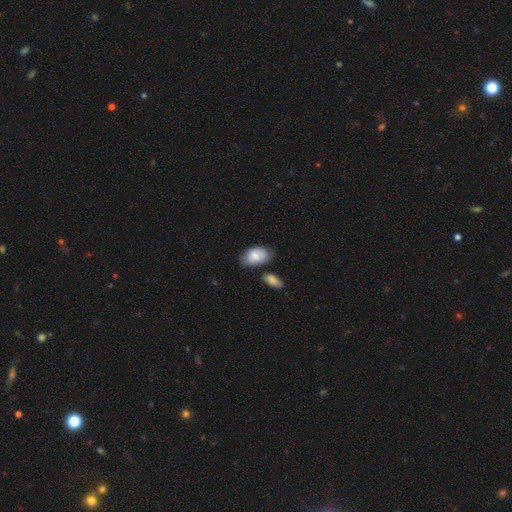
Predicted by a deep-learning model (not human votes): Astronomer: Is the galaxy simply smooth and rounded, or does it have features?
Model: smooth — 79%.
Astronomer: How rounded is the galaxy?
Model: in between — 93%.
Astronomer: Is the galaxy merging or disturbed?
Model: none — 63%.